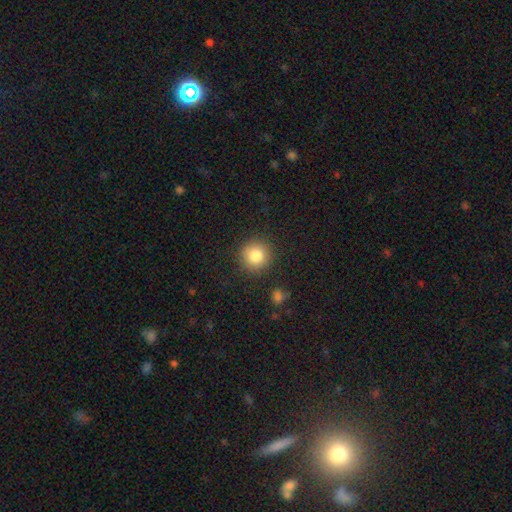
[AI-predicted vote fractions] smooth 82%, star or artifact 10%, featured or disk 7%. Down the decision tree: how rounded — round (93%); merging — none (89%).